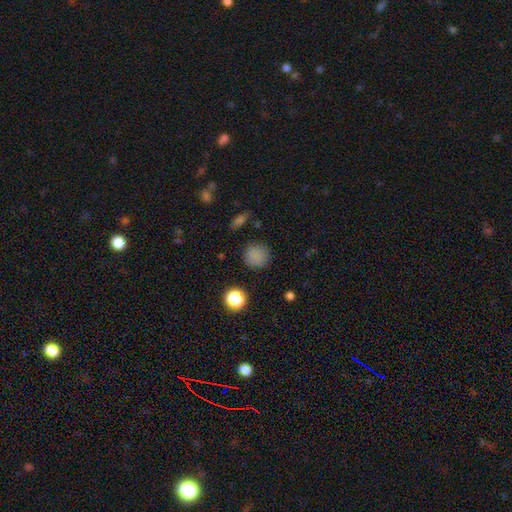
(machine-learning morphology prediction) type=smooth (80%); roundness=round (91%); merging=none (84%).